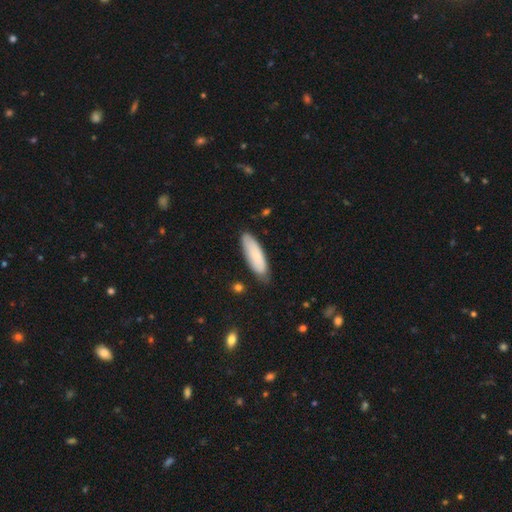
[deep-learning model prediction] Smooth or featured? Predicted: smooth (p=0.78). How rounded? Predicted: cigar-shaped (p=0.52). Merging? Predicted: none (p=0.79).